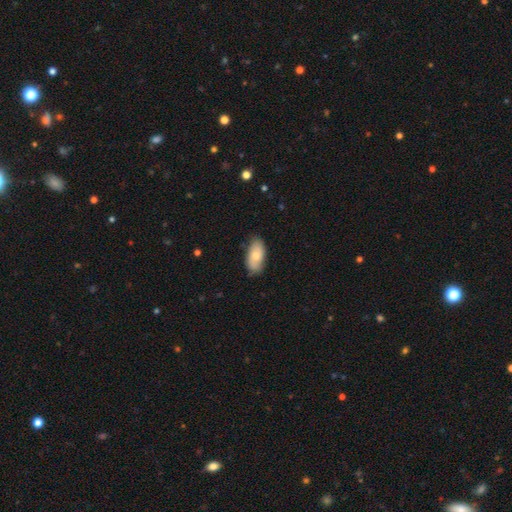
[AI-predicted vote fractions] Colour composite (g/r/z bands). It shows a smooth galaxy with no disk features (71%) that is in between round and cigar-shaped (92%). Merging: none (78%).